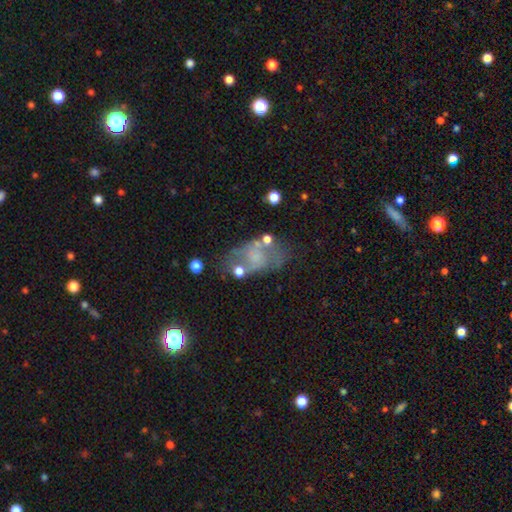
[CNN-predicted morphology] type=featured or disk (46%); merging=none (41%).